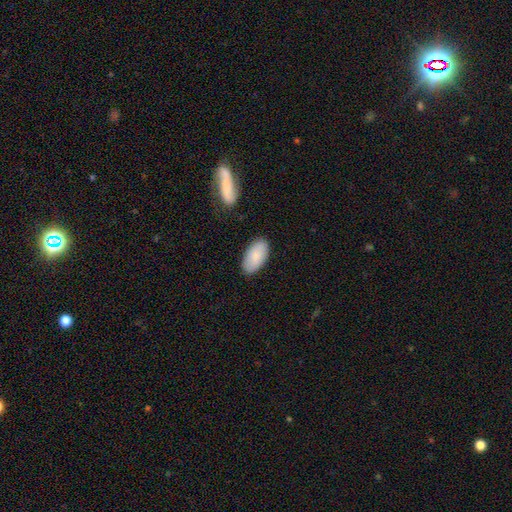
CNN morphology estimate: Smooth or featured? Predicted: smooth (p=0.85). How rounded? Predicted: in between (p=0.95). Merging? Predicted: none (p=0.86).